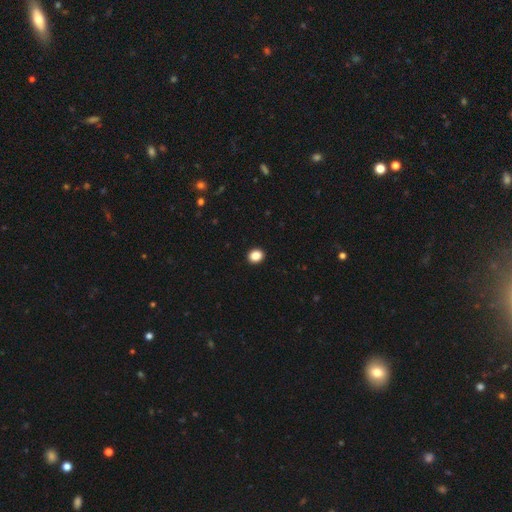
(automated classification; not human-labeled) smooth 88%, star or artifact 9%, featured or disk 3%. Down the decision tree: how rounded — round (60%); merging — none (93%).